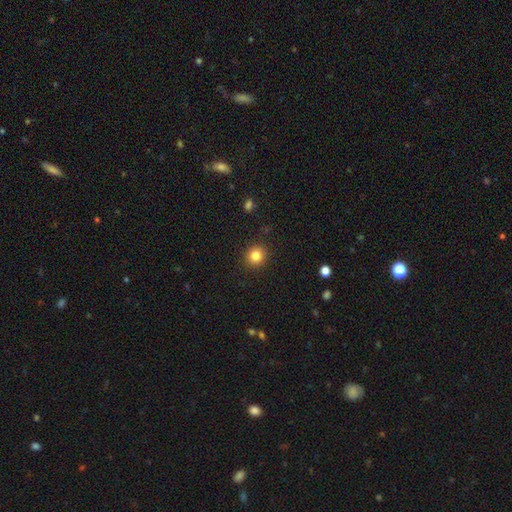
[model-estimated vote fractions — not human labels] Morphology: type=smooth (83%); roundness=round (88%); merging=none (90%).